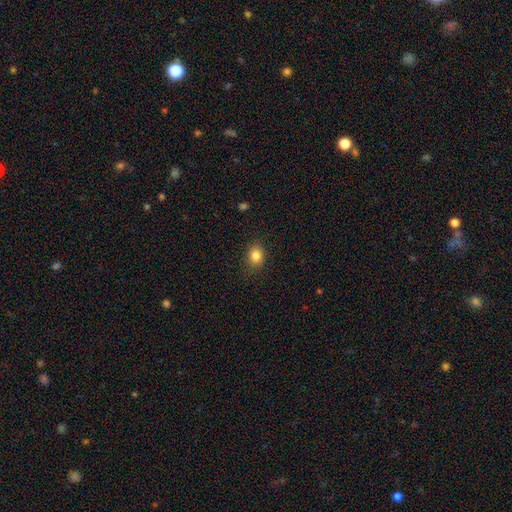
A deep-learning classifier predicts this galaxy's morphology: The model was most divided on "how rounded": in between: 53%, round: 46%, cigar-shaped: 1%. More confident: merging — none (86%); smooth or featured — smooth (83%).